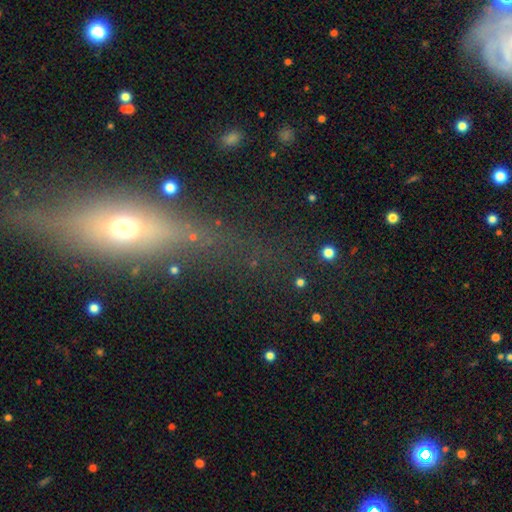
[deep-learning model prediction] smooth_or_featured: smooth (p=0.43) [alt: star or artifact p=0.30]
merging: none (p=0.61) [alt: minor disturbance p=0.17]